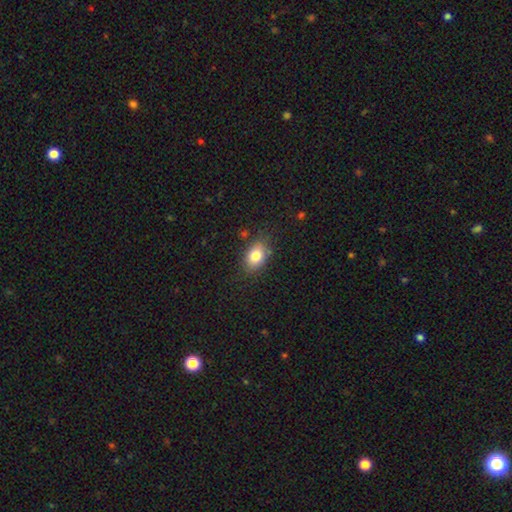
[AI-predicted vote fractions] This appears to be a smooth galaxy with no disk features (82%) that is in between round and cigar-shaped (81%). Merging: none (79%).